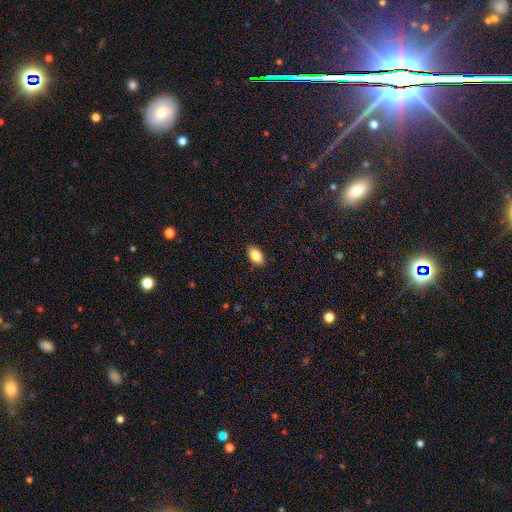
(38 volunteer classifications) smooth 82%, star or artifact 13%, featured or disk 5%. Down the decision tree: how rounded — in between (90%); merging — none (88%).